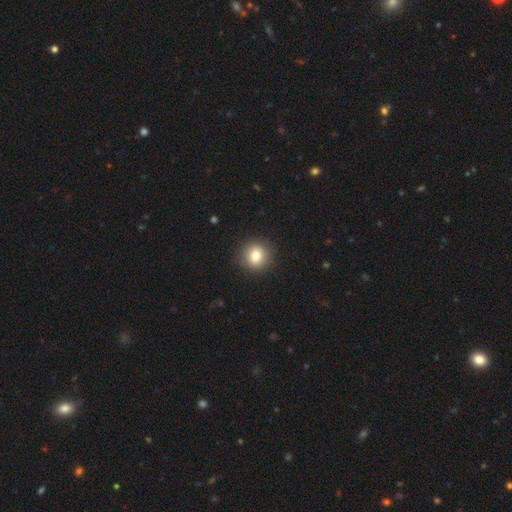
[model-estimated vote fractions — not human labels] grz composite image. It shows a smooth galaxy with no disk features (82%) that is round (86%). Merging: none (89%).